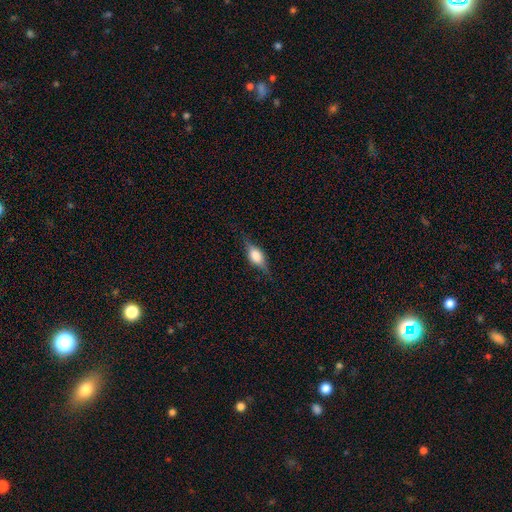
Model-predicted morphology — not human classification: This is possibly a featured or disk galaxy (53%). It is clearly viewed edge-on (94%). Merging: likely none (79%).